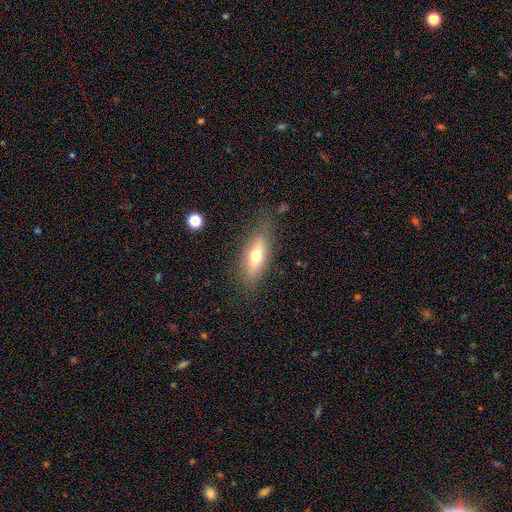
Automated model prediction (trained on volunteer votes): A smooth galaxy with no disk features (63%) that is in between round and cigar-shaped (68%). Merging: none (74%).